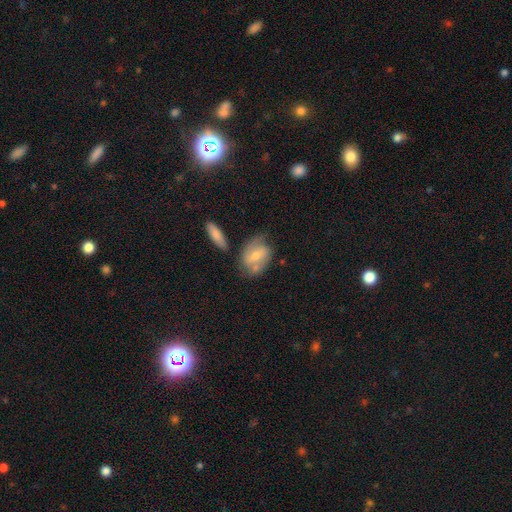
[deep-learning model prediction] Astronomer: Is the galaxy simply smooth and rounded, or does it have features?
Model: featured or disk — 48% (runner-up: smooth, 46%).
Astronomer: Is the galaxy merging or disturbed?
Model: none — 56%.